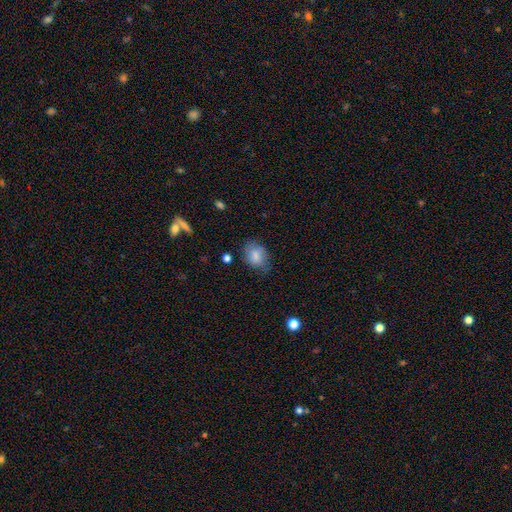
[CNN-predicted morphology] Smooth or featured? Predicted: smooth (p=0.81). How rounded? Predicted: in between (p=0.69). Merging? Predicted: none (p=0.67).